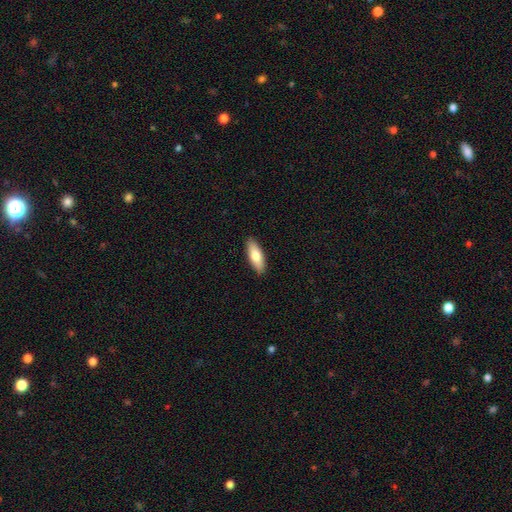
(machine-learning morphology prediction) Overall: smooth (77%). How rounded: in between (63%; cigar-shaped 35%). Merging: none (90%).